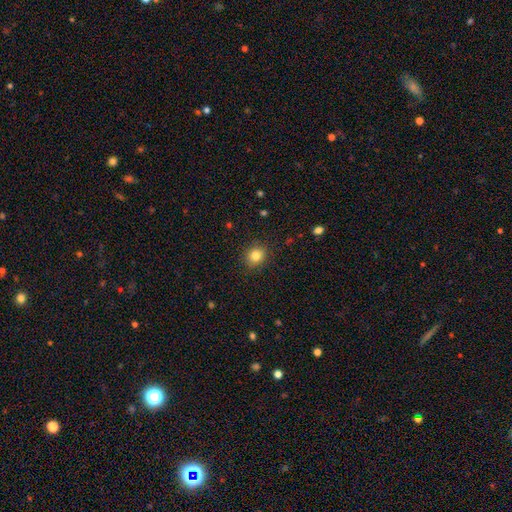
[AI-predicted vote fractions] This is clearly a smooth galaxy (83%). How rounded: likely round (78%). Merging: clearly none (89%).